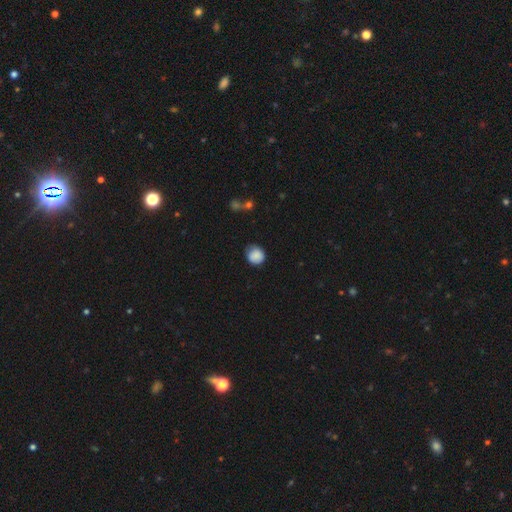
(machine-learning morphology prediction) Smooth or featured? Predicted: smooth (p=0.85). How rounded? Predicted: round (p=0.84). Merging? Predicted: none (p=0.69).